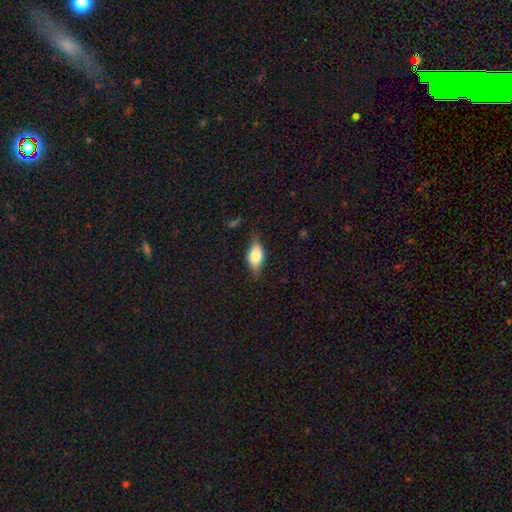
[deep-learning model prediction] Q: Smooth or featured?
A: smooth (74%); runner-up: featured or disk (19%)
Q: How rounded?
A: in between (85%); runner-up: cigar-shaped (10%)
Q: Merging?
A: none (71%); runner-up: minor disturbance (22%)